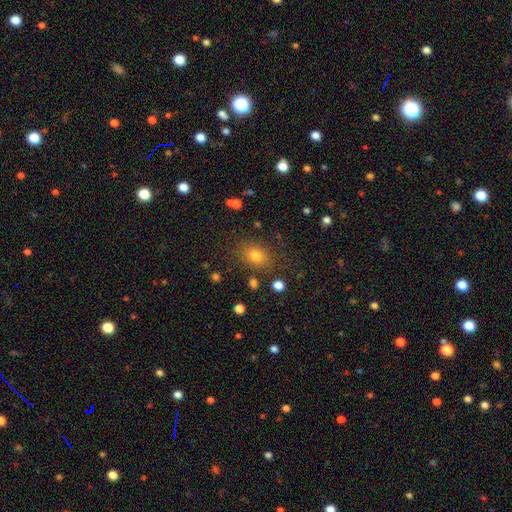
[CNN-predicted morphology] type=smooth (73%); roundness=in between (56%); merging=none (81%).